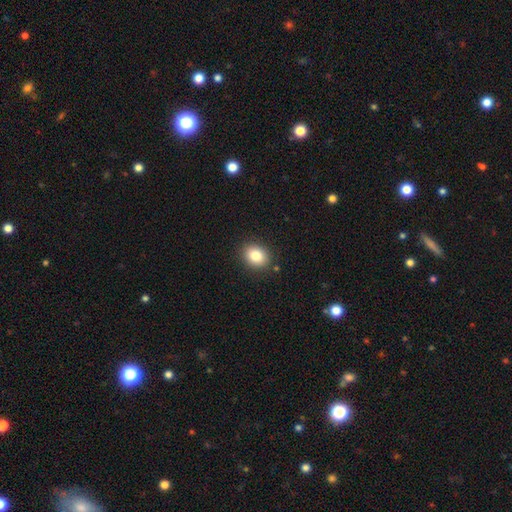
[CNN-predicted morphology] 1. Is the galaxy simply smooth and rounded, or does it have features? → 83% smooth, 10% star or artifact, 7% featured or disk.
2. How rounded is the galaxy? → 54% round, 45% in between, 1% cigar-shaped.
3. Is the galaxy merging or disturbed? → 88% none, 8% minor disturbance, 2% major disturbance, 2% merger.